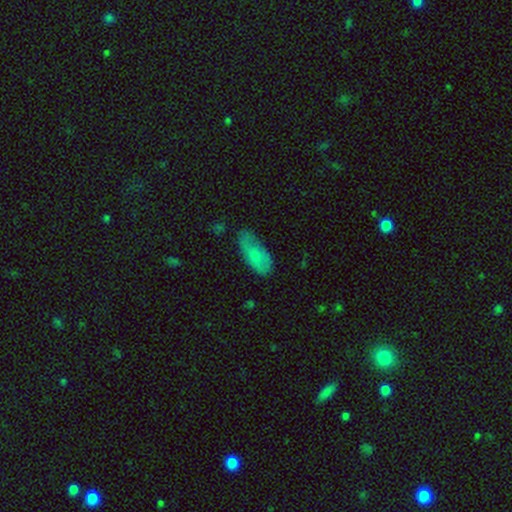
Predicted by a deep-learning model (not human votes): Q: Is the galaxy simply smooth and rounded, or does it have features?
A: smooth — 74%.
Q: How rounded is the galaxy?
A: in between — 86%.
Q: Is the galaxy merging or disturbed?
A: none — 59%.